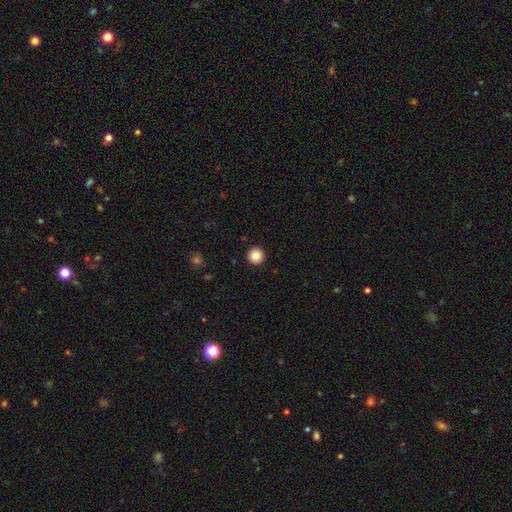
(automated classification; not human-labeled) A smooth galaxy with no disk features (86%) that is round (97%). Merging: none (94%).